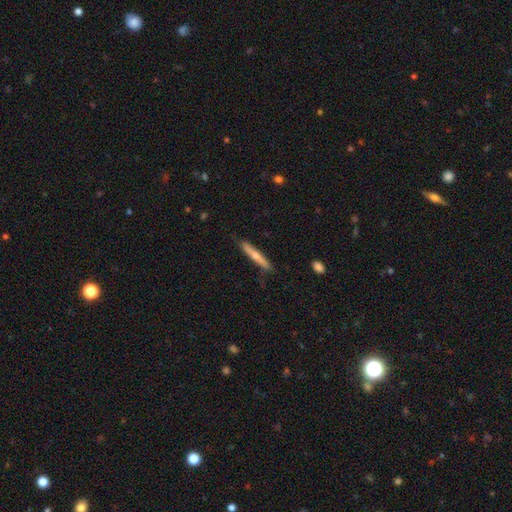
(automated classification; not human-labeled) Smooth or featured? Predicted: featured or disk (p=0.49). Merging? Predicted: none (p=0.83).